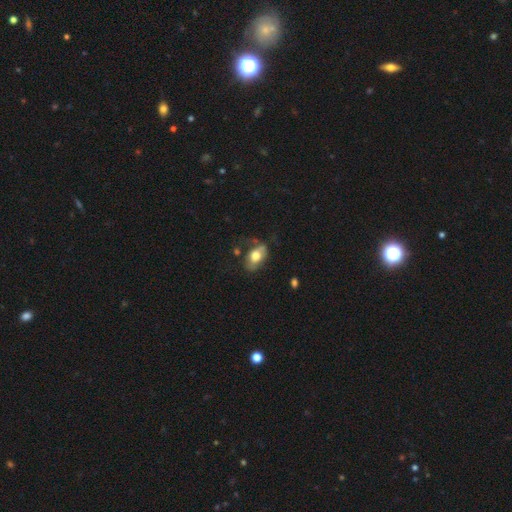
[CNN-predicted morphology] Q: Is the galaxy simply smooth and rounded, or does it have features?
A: smooth — 64%.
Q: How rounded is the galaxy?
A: in between — 88%.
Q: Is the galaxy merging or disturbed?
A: none — 48%.